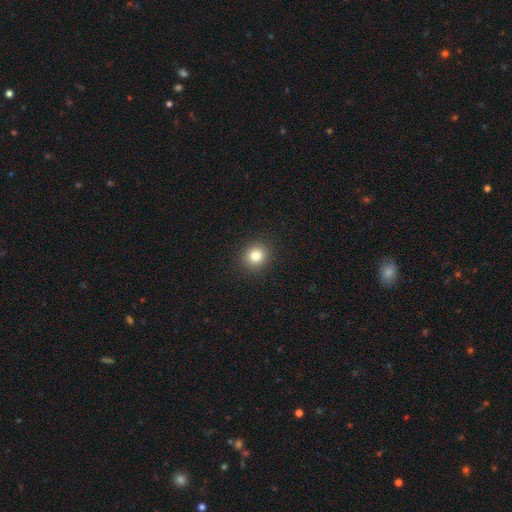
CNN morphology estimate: Smooth or featured?
  - smooth: 82% *
  - star or artifact: 11%
  - featured or disk: 6%
How rounded?
  - round: 82% *
  - in between: 17%
  - cigar-shaped: 1%
Merging?
  - none: 91% *
  - minor disturbance: 6%
  - major disturbance: 2%
  - merger: 1%